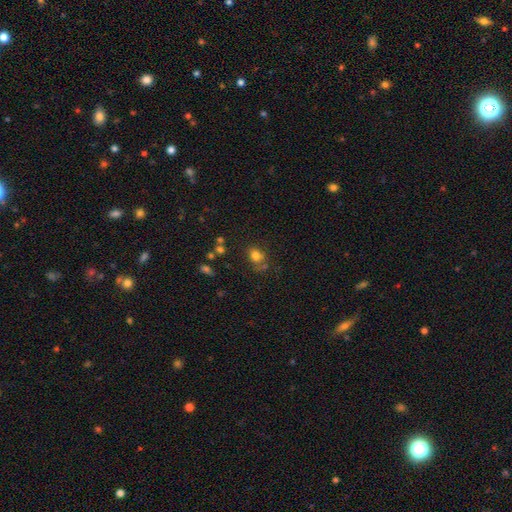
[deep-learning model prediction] smooth_or_featured: smooth (p=0.77) [alt: star or artifact p=0.14]
how_rounded: round (p=0.58) [alt: in between p=0.41]
merging: none (p=0.58) [alt: minor disturbance p=0.19]